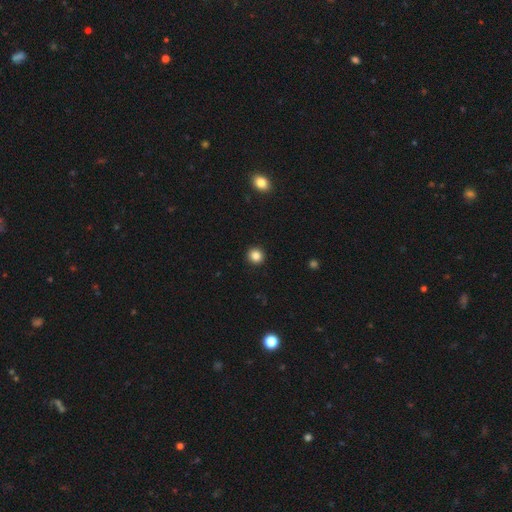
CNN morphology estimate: Smooth or featured? smooth (85%)
How rounded? round (94%)
Merging? none (93%)